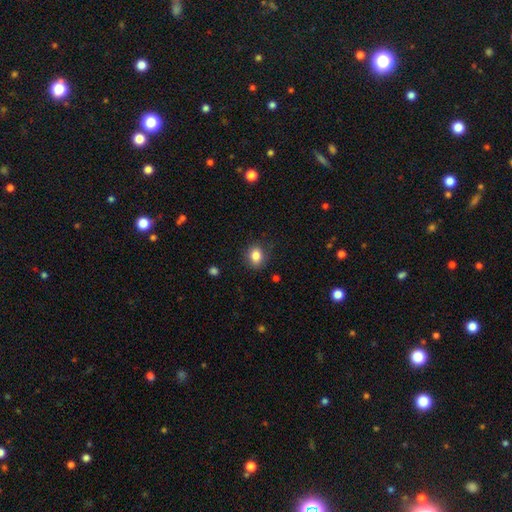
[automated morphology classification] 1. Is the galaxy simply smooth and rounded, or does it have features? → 84% smooth, 10% star or artifact, 6% featured or disk.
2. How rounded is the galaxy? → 59% round, 40% in between, 1% cigar-shaped.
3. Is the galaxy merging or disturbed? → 85% none, 11% minor disturbance, 3% major disturbance, 1% merger.